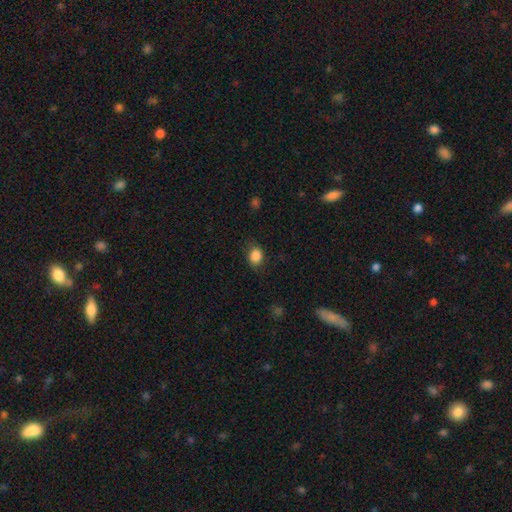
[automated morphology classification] This is clearly a smooth galaxy (87%). How rounded: possibly in between (53%). Merging: likely none (78%).